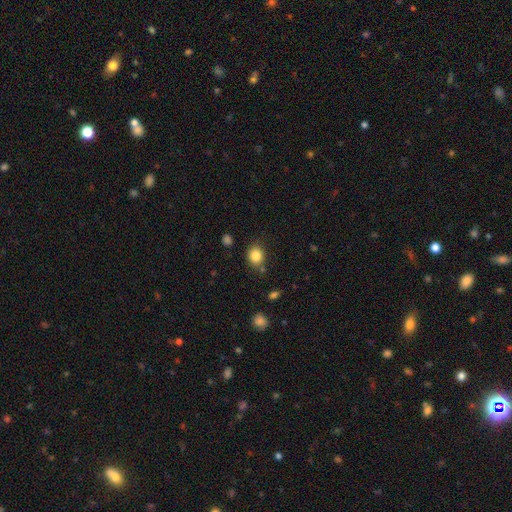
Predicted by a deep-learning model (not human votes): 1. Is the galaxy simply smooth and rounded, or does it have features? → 84% smooth, 10% star or artifact, 6% featured or disk.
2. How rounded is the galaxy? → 66% round, 33% in between, 1% cigar-shaped.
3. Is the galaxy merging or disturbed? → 77% none, 13% minor disturbance, 6% merger, 4% major disturbance.